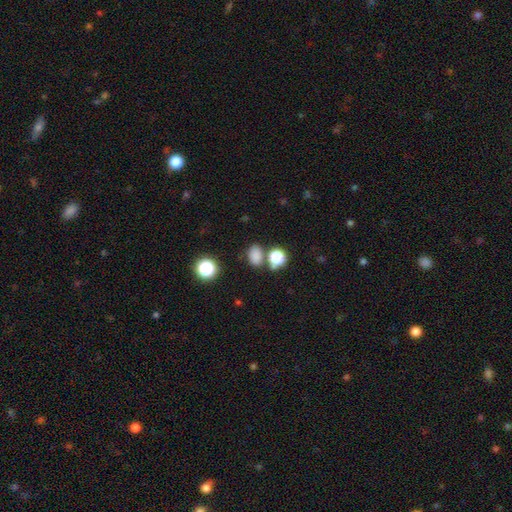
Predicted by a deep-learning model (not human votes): A smooth galaxy with no disk features (79%) that is in between round and cigar-shaped (71%). Merging: none (69%).